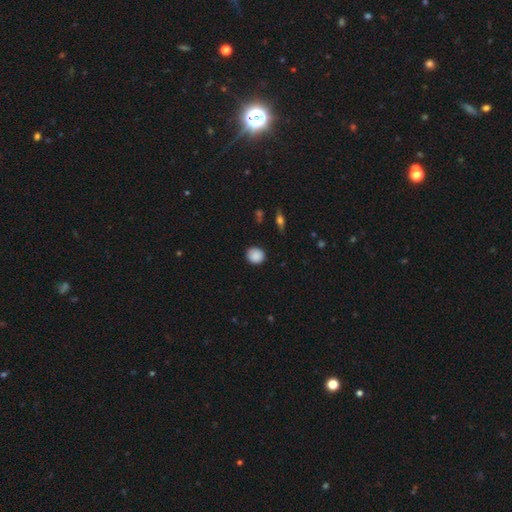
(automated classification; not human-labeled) Smooth or featured: smooth — 88% (star or artifact — 8%)
How rounded: round — 83% (in between — 16%)
Merging: none — 88% (minor disturbance — 9%)